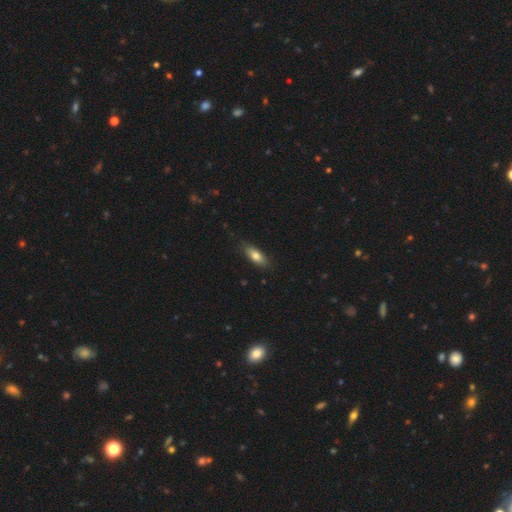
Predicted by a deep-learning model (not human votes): This is likely a smooth galaxy (76%). How rounded: likely in between (70%). Merging: clearly none (82%).